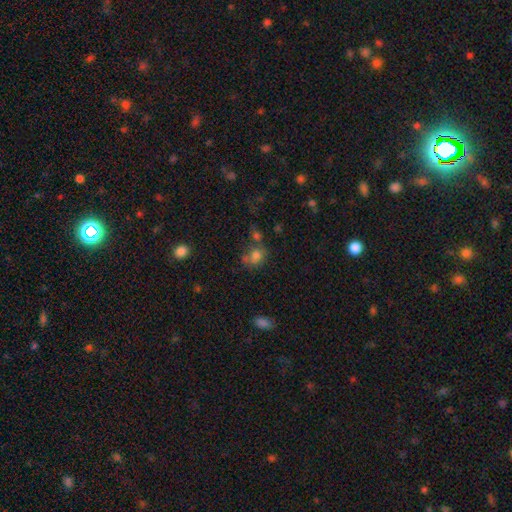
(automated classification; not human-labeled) Smooth or featured? Predicted: smooth (p=0.72). How rounded? Predicted: round (p=0.52). Merging? Predicted: none (p=0.43).